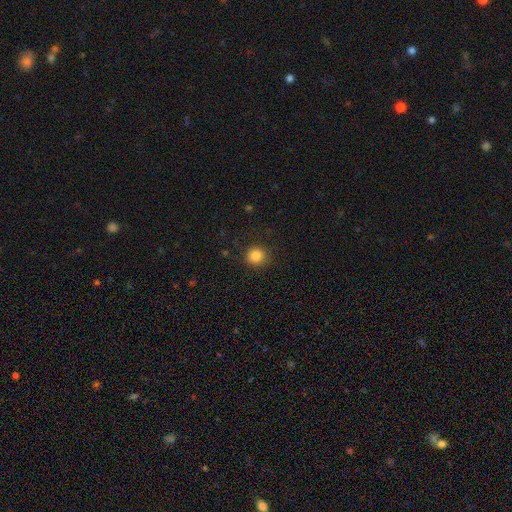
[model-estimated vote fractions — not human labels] Smooth or featured: smooth — 85% (star or artifact — 11%)
How rounded: round — 89% (in between — 11%)
Merging: none — 88% (minor disturbance — 8%)